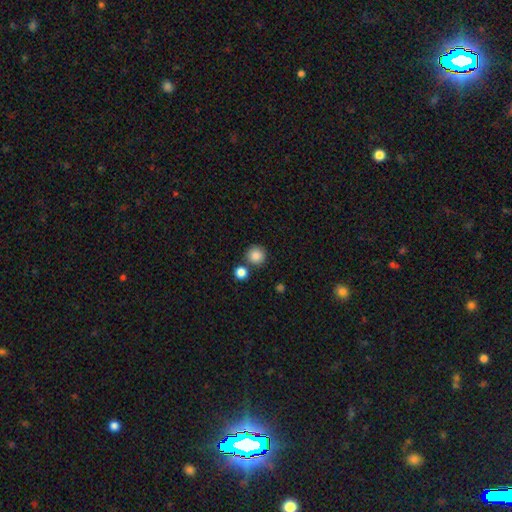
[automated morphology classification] Overall: smooth (85%). How rounded: round (95%). Merging: none (80%).